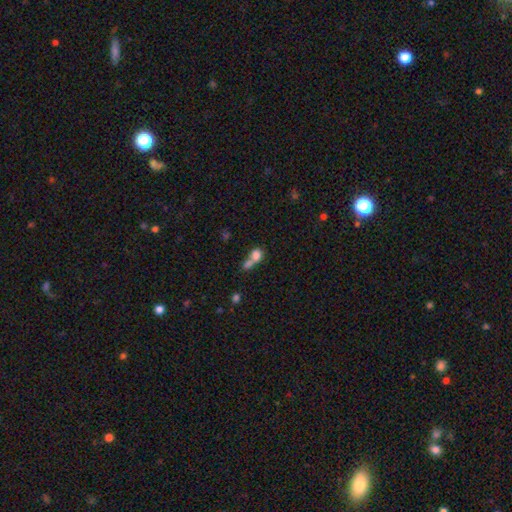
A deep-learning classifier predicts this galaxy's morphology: Smooth or featured? smooth (77%)
How rounded? round (51%)
Merging? merger (68%)